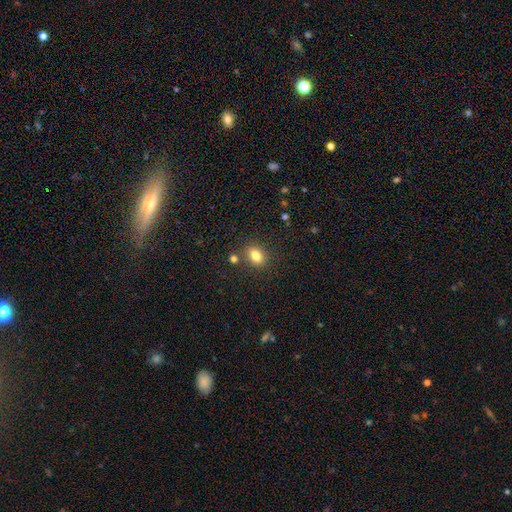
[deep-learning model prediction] smooth_or_featured: smooth (p=0.81) [alt: star or artifact p=0.11]
how_rounded: in between (p=0.72) [alt: round p=0.27]
merging: none (p=0.79) [alt: minor disturbance p=0.10]